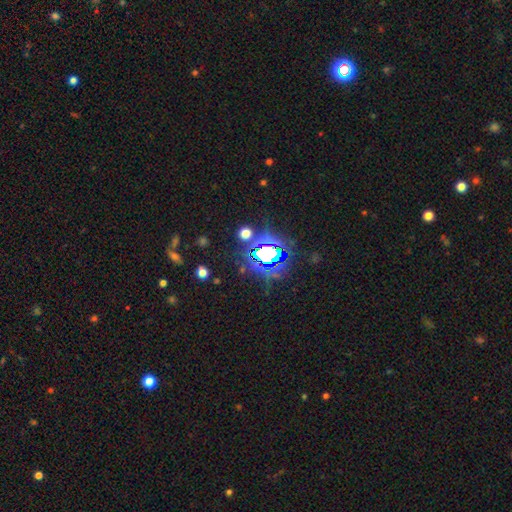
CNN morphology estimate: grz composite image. It shows a star or artifact, not a galaxy (80%).